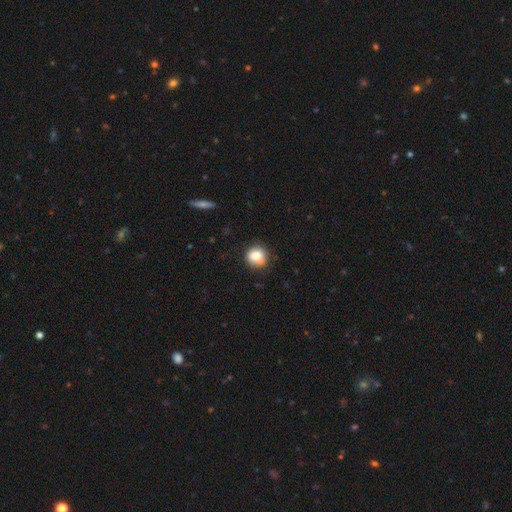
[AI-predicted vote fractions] A smooth galaxy with no disk features (81%) that is round (83%). Merging: none (73%).